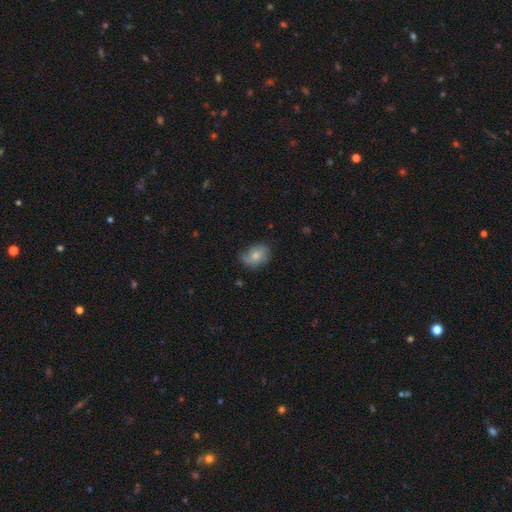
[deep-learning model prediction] Smooth or featured? smooth (66%)
How rounded? in between (66%)
Merging? none (59%)